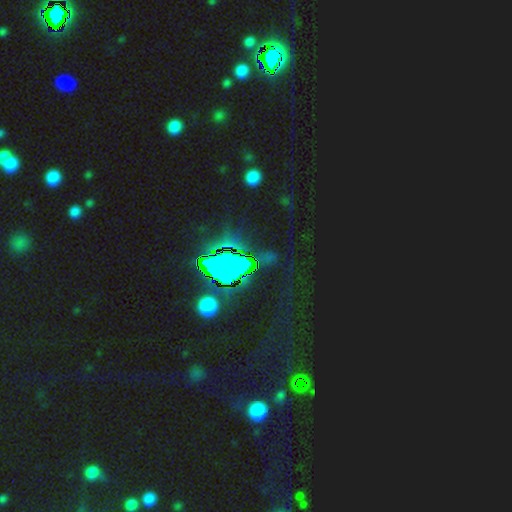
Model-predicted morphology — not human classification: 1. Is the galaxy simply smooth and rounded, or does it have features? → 74% star or artifact, 14% smooth, 11% featured or disk.